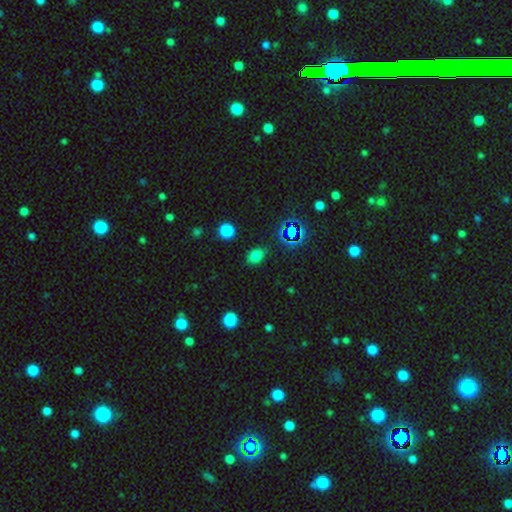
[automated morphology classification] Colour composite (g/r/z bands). It shows a smooth galaxy with no disk features (71%) that is in between round and cigar-shaped (70%). Merging: none (82%).